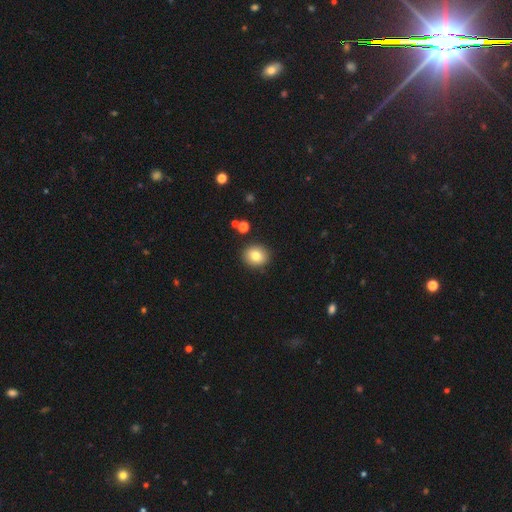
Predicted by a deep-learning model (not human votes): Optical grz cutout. It shows a smooth galaxy with no disk features (80%) that is round (82%). Merging: none (89%).